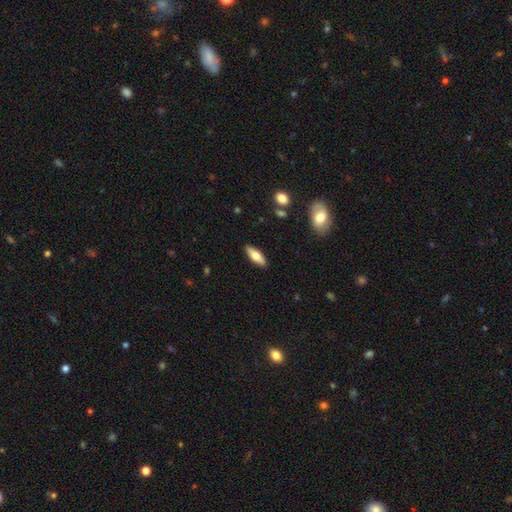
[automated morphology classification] Smooth or featured: smooth — 66% (featured or disk — 28%)
How rounded: in between — 61% (cigar-shaped — 37%)
Merging: none — 89% (minor disturbance — 8%)